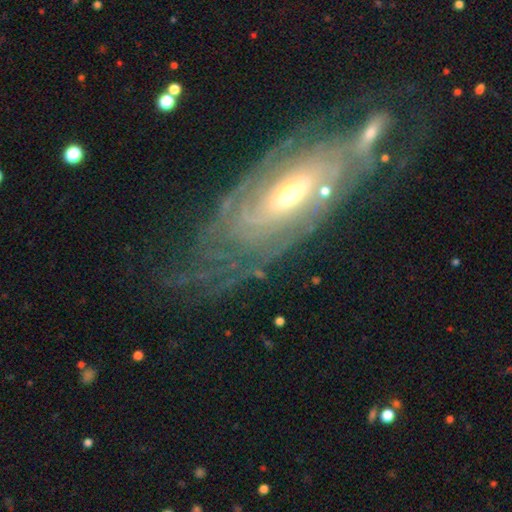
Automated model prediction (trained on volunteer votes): Q: Smooth or featured?
A: featured or disk (85%); runner-up: smooth (9%)
Q: Edge-on disk?
A: no (89%); runner-up: yes (11%)
Q: Bar?
A: no (52%); runner-up: weak (33%)
Q: Spiral arms?
A: yes (90%); runner-up: no (10%)
Q: Spiral winding?
A: tight (74%); runner-up: medium (20%)
Q: Spiral arm count?
A: can't tell (53%); runner-up: 2 (13%)
Q: Bulge size?
A: moderate (56%); runner-up: small (36%)
Q: Merging?
A: none (63%); runner-up: minor disturbance (18%)